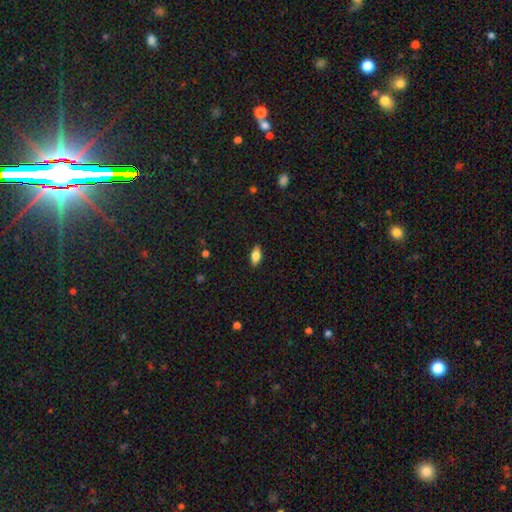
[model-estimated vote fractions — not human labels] smooth_or_featured: smooth (p=0.78) [alt: featured or disk p=0.15]
how_rounded: in between (p=0.88) [alt: cigar-shaped p=0.09]
merging: none (p=0.88) [alt: minor disturbance p=0.09]